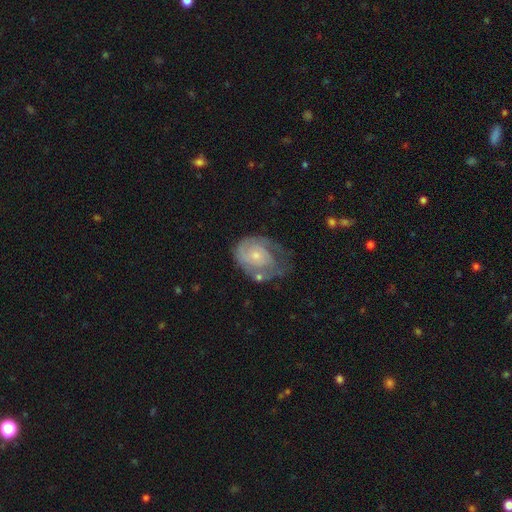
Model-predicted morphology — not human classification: smooth_or_featured: featured or disk (p=0.69) [alt: smooth p=0.25]
disk_edge_on: no (p=0.97) [alt: yes p=0.03]
bar: no (p=0.77) [alt: weak p=0.20]
has_spiral_arms: yes (p=0.82) [alt: no p=0.18]
spiral_winding: tight (p=0.57) [alt: medium p=0.30]
spiral_arm_count: can't tell (p=0.34) [alt: 2 p=0.32]
bulge_size: small (p=0.60) [alt: moderate p=0.33]
merging: none (p=0.41) [alt: minor disturbance p=0.29]